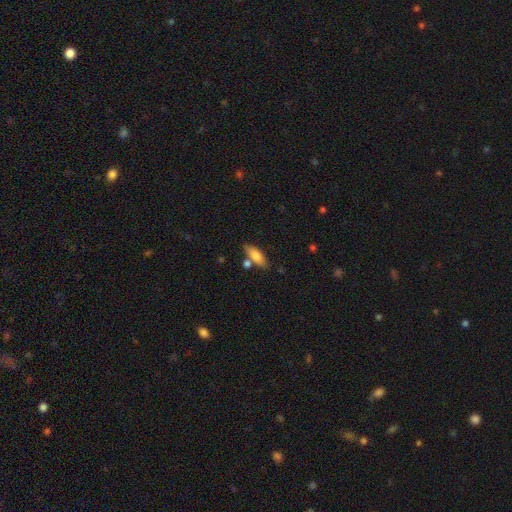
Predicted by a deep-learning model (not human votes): Smooth or featured? smooth (78%)
How rounded? in between (65%)
Merging? none (67%)